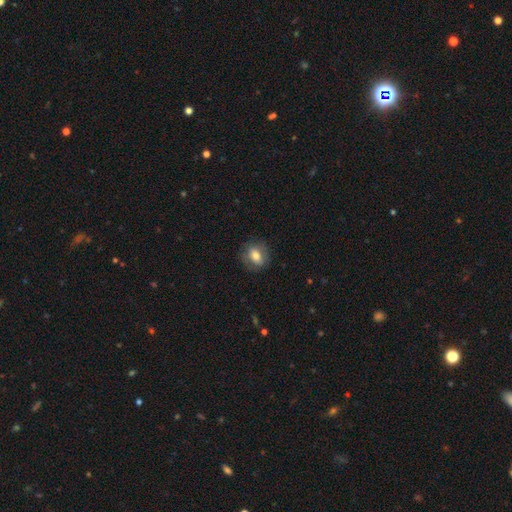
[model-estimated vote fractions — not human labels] smooth_or_featured: smooth (p=0.70) [alt: featured or disk p=0.22]
how_rounded: round (p=0.50) [alt: in between p=0.48]
merging: none (p=0.79) [alt: minor disturbance p=0.15]